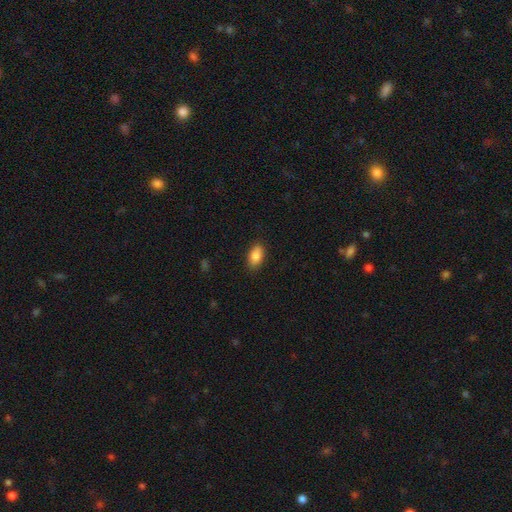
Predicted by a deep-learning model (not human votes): This appears to be a smooth galaxy with no disk features (86%) that is in between round and cigar-shaped (91%). Merging: none (87%).